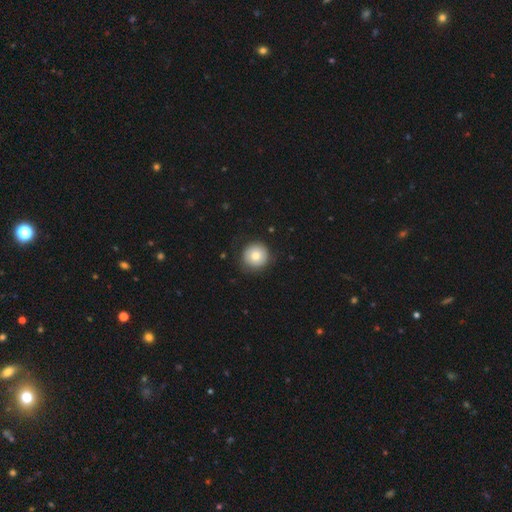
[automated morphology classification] Overall: smooth (77%). How rounded: round (95%). Merging: none (83%).